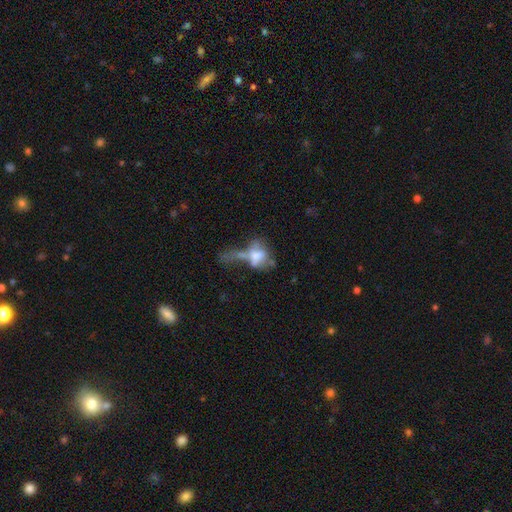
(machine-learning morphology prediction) smooth_or_featured: smooth (p=0.47) [alt: featured or disk p=0.41]
merging: major disturbance (p=0.45) [alt: merger p=0.31]